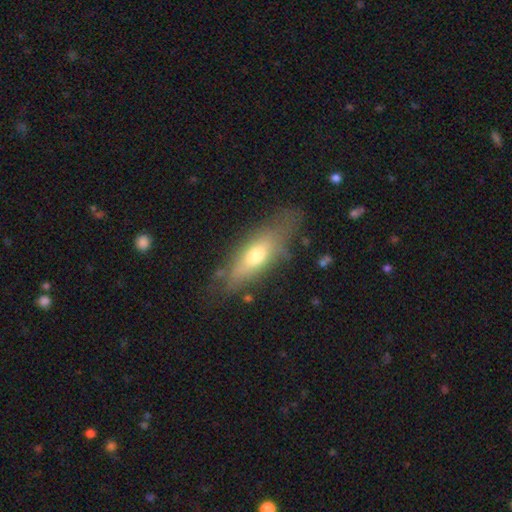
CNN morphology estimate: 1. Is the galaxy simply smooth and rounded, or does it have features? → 53% smooth, 39% featured or disk, 7% star or artifact.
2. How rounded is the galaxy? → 50% in between, 47% cigar-shaped, 3% round.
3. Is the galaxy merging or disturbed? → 66% none, 22% minor disturbance, 9% major disturbance, 3% merger.